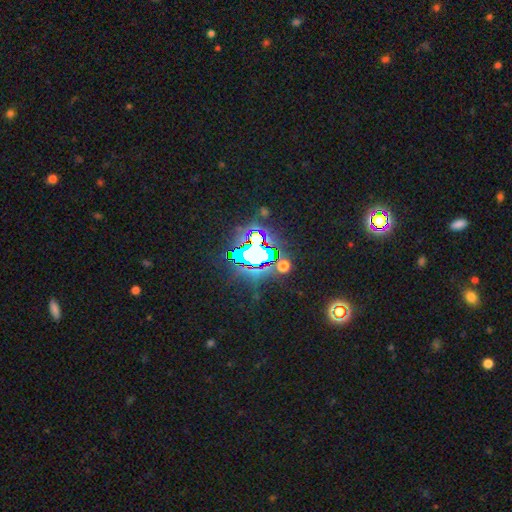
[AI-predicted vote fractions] smooth_or_featured: star or artifact (p=0.74) [alt: smooth p=0.14]